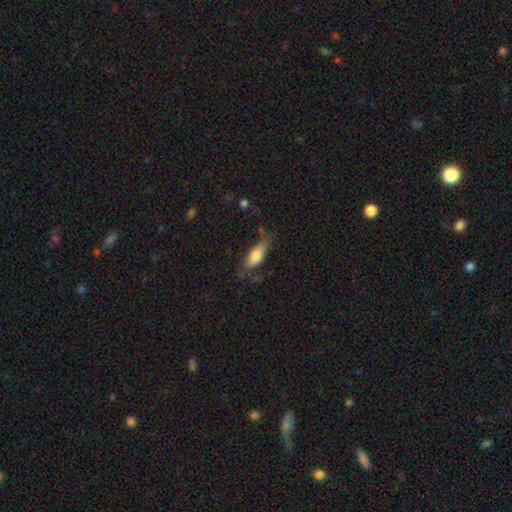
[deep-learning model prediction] Q: Smooth or featured?
A: smooth (75%); runner-up: featured or disk (19%)
Q: How rounded?
A: in between (70%); runner-up: cigar-shaped (28%)
Q: Merging?
A: none (57%); runner-up: minor disturbance (28%)